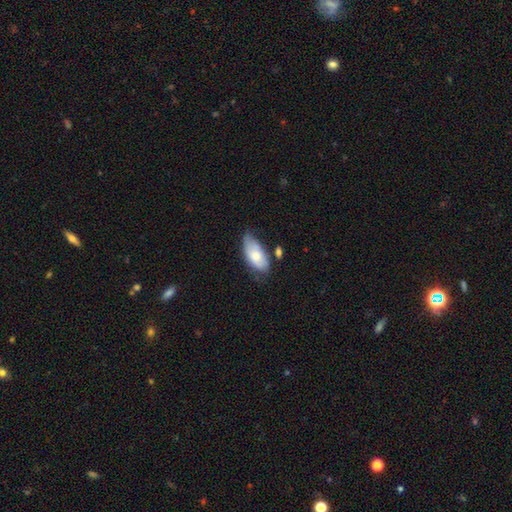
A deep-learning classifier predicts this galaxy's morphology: Smooth or featured? Predicted: smooth (p=0.71). How rounded? Predicted: in between (p=0.92). Merging? Predicted: none (p=0.48).